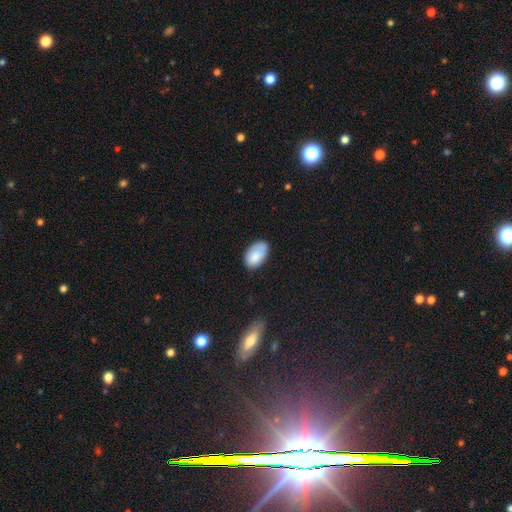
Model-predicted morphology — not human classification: smooth-or-featured: smooth: 83% | featured or disk: 10% | star or artifact: 7%
  how-rounded: in between: 94% | round: 4% | cigar-shaped: 1%
  merging: none: 71% | minor disturbance: 22% | major disturbance: 5% | merger: 2%